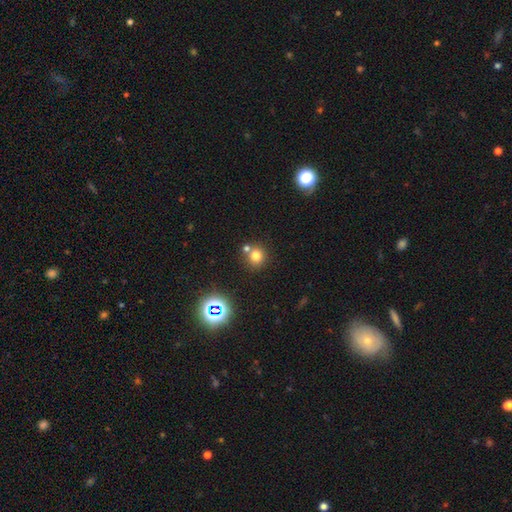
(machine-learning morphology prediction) Smooth or featured?
  - smooth: 74% *
  - star or artifact: 18%
  - featured or disk: 9%
How rounded?
  - round: 87% *
  - in between: 12%
  - cigar-shaped: 1%
Merging?
  - none: 62% *
  - merger: 27%
  - minor disturbance: 8%
  - major disturbance: 3%